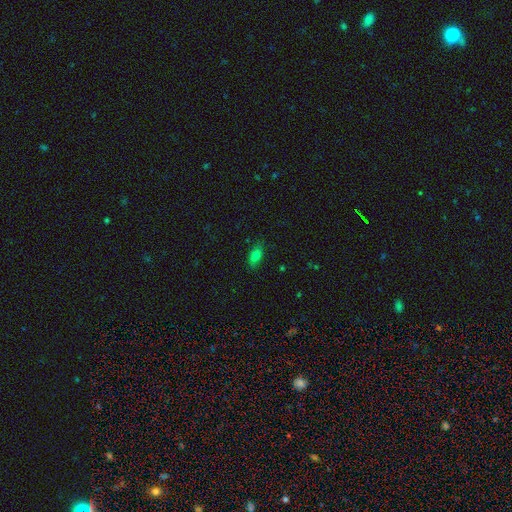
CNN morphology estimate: A smooth galaxy with no disk features (74%) that is in between round and cigar-shaped (81%). Merging: none (83%).